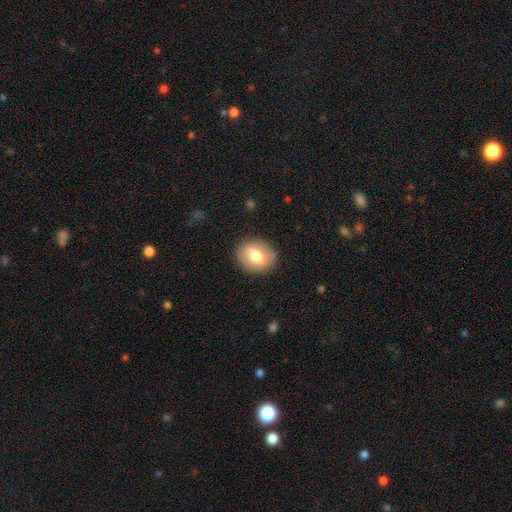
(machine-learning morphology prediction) A smooth galaxy with no disk features (71%) that is round (55%). Merging: none (87%).